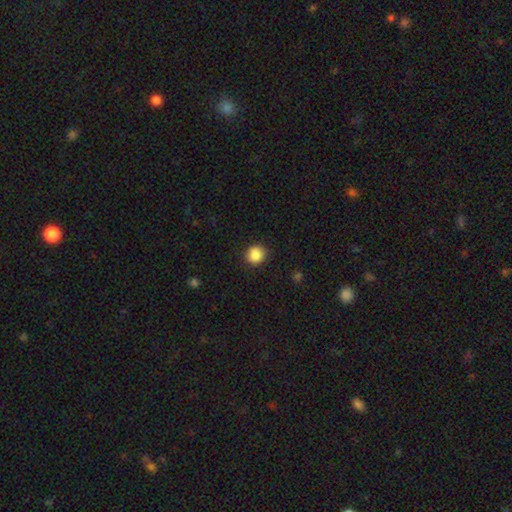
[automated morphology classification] Smooth or featured: smooth — 87% (star or artifact — 9%)
How rounded: round — 83% (in between — 16%)
Merging: none — 85% (minor disturbance — 12%)